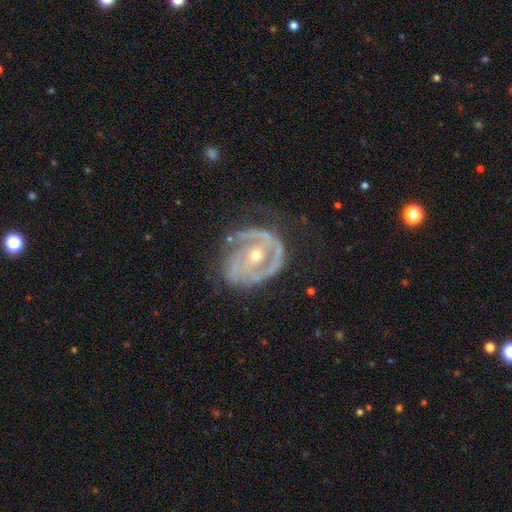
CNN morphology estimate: Smooth or featured? featured or disk (89%)
Edge-on disk? no (97%)
Bar? no (50%)
Spiral arms? yes (93%)
Spiral winding? tight (57%)
Spiral arm count? 2 (47%)
Bulge size? small (56%)
Merging? none (56%)